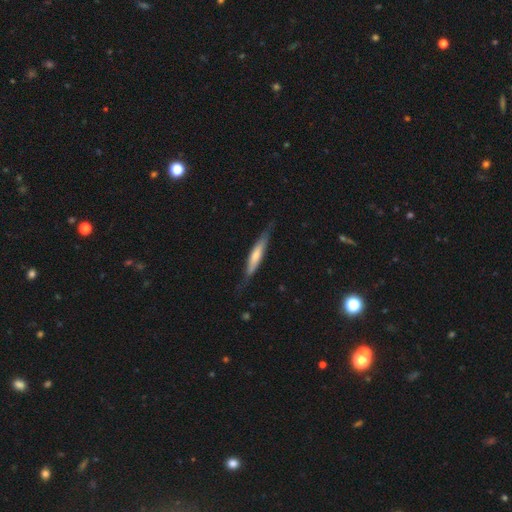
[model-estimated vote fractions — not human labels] A smooth galaxy with no disk features (54%) that is cigar-shaped (88%).

Vote fractions:
- Smooth or featured? smooth: 54% / featured or disk: 41% / star or artifact: 5%
- How rounded? cigar-shaped: 88% / in between: 11% / round: 1%
- Merging? none: 75% / minor disturbance: 19% / major disturbance: 5% / merger: 1%